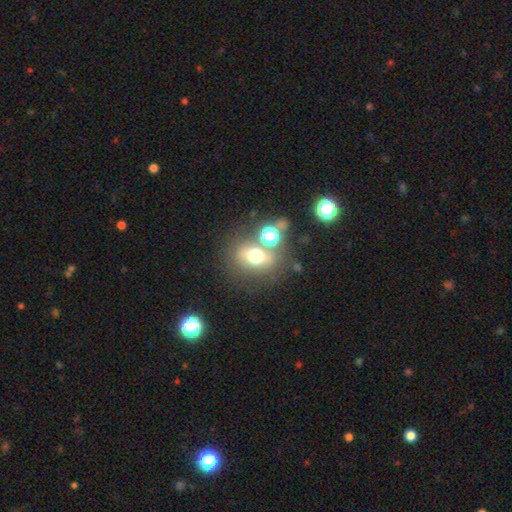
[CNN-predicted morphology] This is possibly a smooth galaxy (58%). How rounded: possibly round (54%). Merging: possibly none (57%).